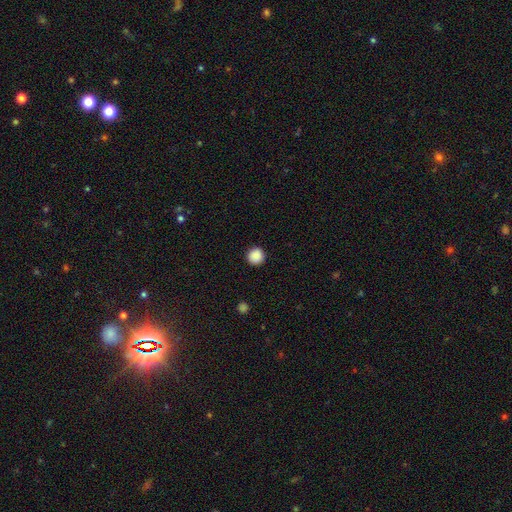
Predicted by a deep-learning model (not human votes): Smooth or featured? smooth (89%)
How rounded? round (96%)
Merging? none (92%)